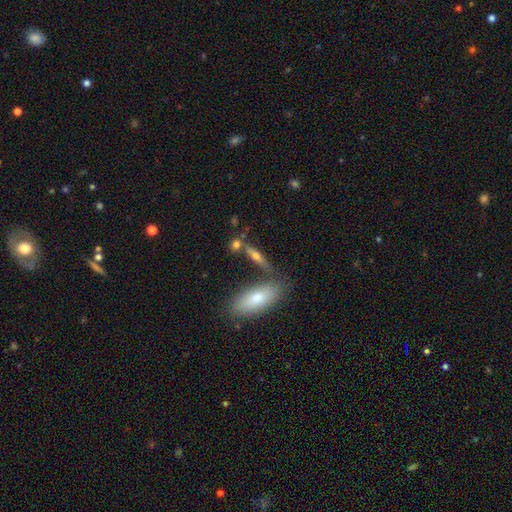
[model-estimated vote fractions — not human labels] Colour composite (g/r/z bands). It shows a smooth galaxy with no disk features (50%) that is cigar-shaped (57%). Merging: none (61%).